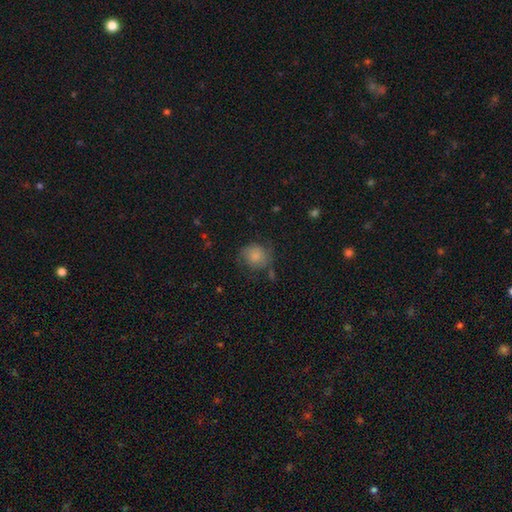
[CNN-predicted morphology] Smooth or featured? Predicted: smooth (p=0.68). How rounded? Predicted: round (p=0.74). Merging? Predicted: none (p=0.59).